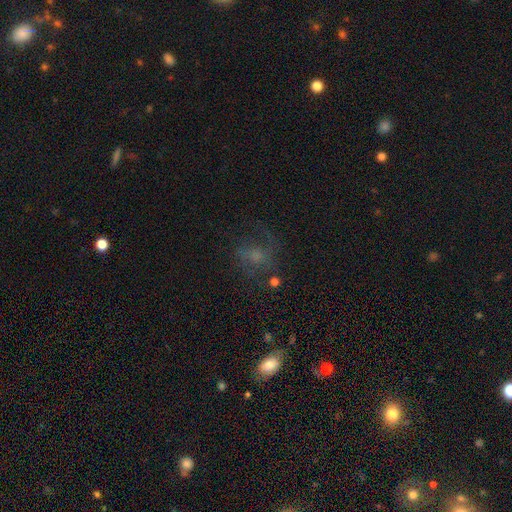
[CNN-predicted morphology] Smooth or featured? featured or disk (38%)
Merging? none (52%)